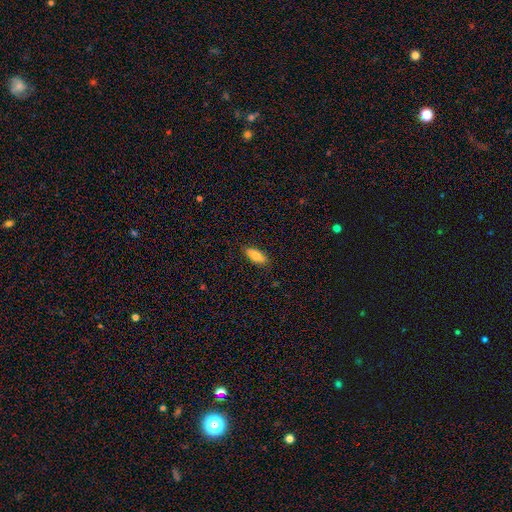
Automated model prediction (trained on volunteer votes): smooth 85%, featured or disk 9%, star or artifact 6%. Down the decision tree: how rounded — in between (69%); merging — none (86%).